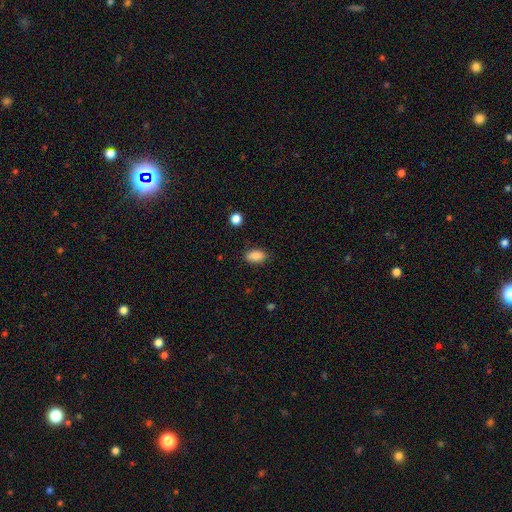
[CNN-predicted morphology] Q: Smooth or featured?
A: smooth (88%); runner-up: star or artifact (8%)
Q: How rounded?
A: in between (91%); runner-up: round (6%)
Q: Merging?
A: none (85%); runner-up: minor disturbance (11%)